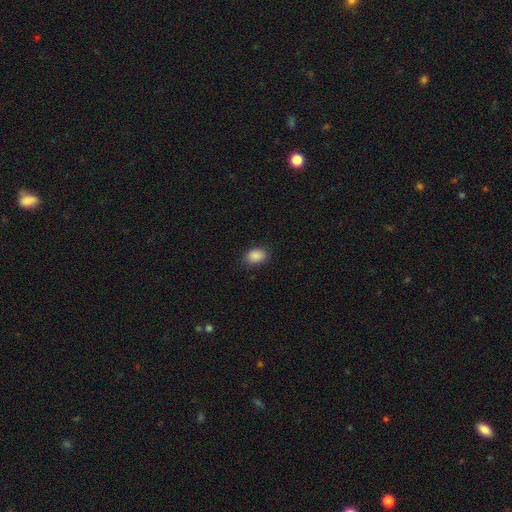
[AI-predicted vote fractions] A smooth galaxy with no disk features (89%) that is in between round and cigar-shaped (79%). Merging: none (85%).